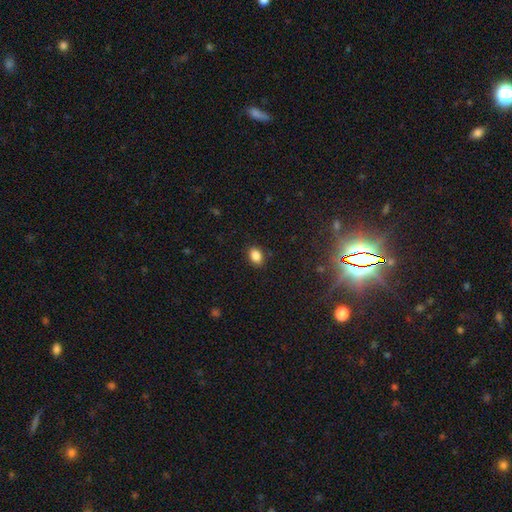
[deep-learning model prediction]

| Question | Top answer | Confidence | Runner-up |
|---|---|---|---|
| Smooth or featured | smooth | 86% | star or artifact (9%) |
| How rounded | in between | 78% | round (21%) |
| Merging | none | 87% | minor disturbance (10%) |